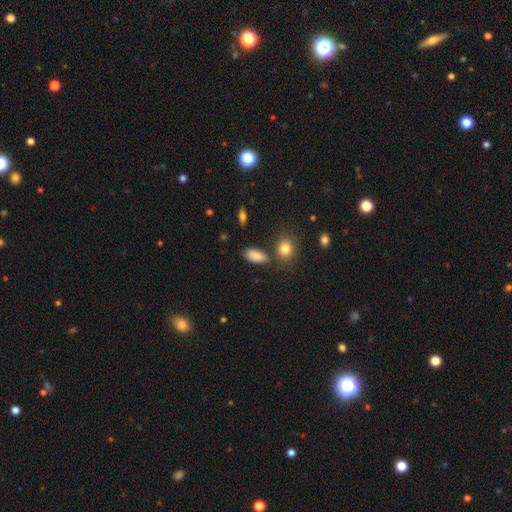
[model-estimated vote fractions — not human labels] Smooth or featured? smooth (86%)
How rounded? in between (87%)
Merging? none (76%)